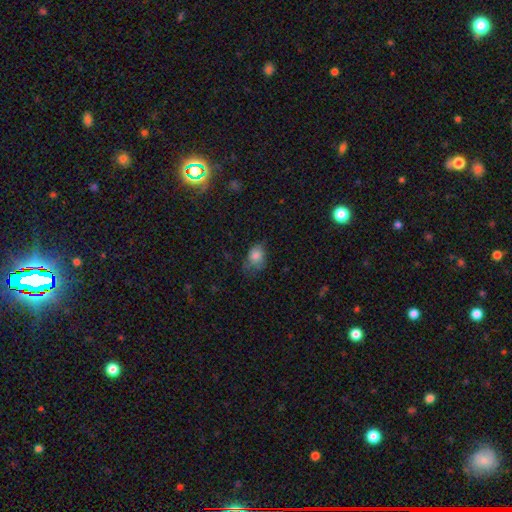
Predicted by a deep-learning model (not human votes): Smooth or featured? smooth (79%)
How rounded? in between (67%)
Merging? none (49%)